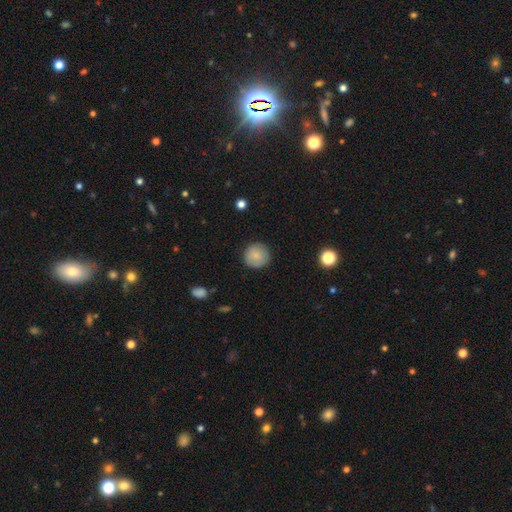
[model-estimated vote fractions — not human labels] The model was most divided on "smooth or featured": smooth: 85%, featured or disk: 8%, star or artifact: 7%. More confident: how rounded — round (94%); merging — none (88%).